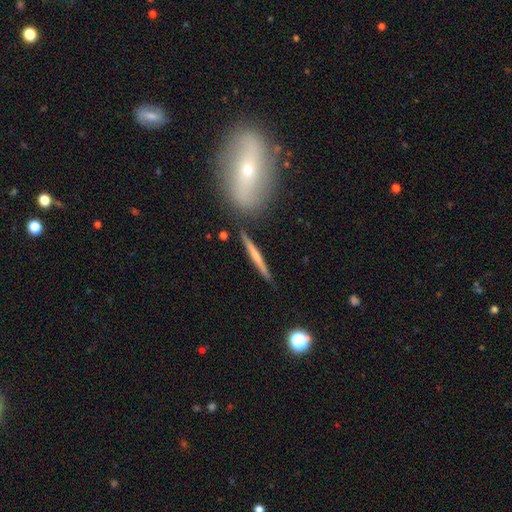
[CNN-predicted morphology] type=smooth (48%); merging=none (85%).